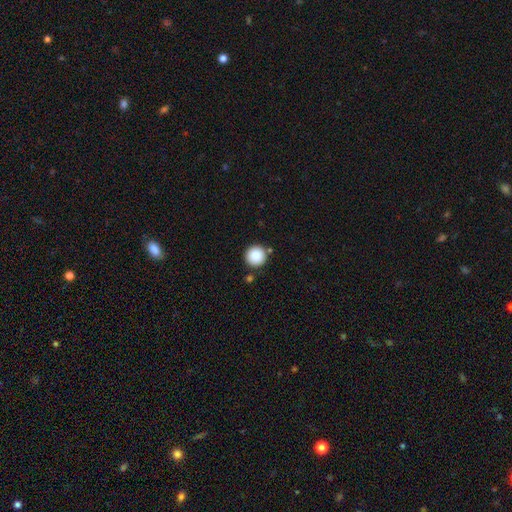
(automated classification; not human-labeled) Smooth or featured?
  - smooth: 84% *
  - star or artifact: 9%
  - featured or disk: 7%
How rounded?
  - round: 96% *
  - in between: 3%
  - cigar-shaped: 1%
Merging?
  - none: 86% *
  - minor disturbance: 7%
  - merger: 5%
  - major disturbance: 2%